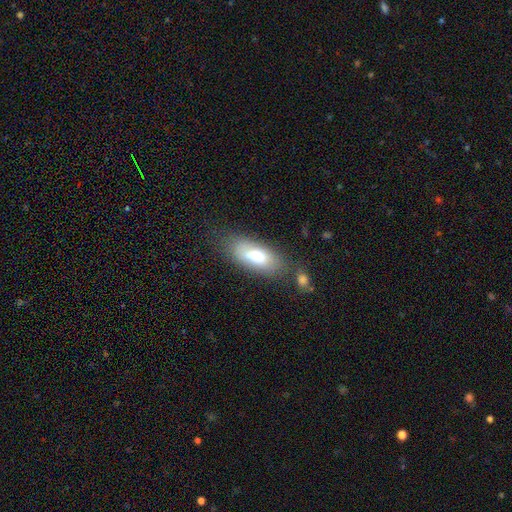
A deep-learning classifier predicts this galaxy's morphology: smooth_or_featured: smooth (p=0.68) [alt: featured or disk p=0.24]
how_rounded: in between (p=0.82) [alt: cigar-shaped p=0.15]
merging: none (p=0.61) [alt: minor disturbance p=0.20]